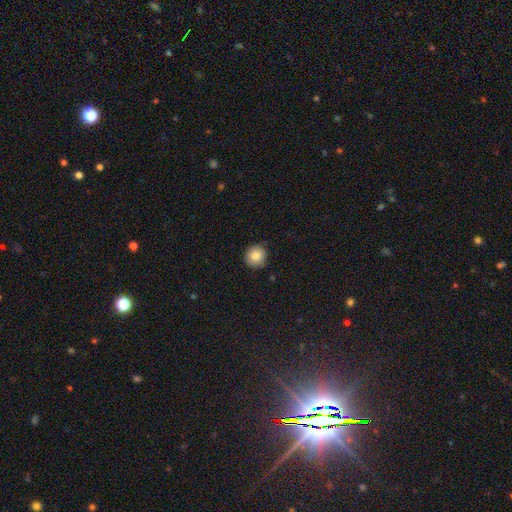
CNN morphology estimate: Smooth or featured? Predicted: smooth (p=0.83). How rounded? Predicted: round (p=0.90). Merging? Predicted: none (p=0.87).